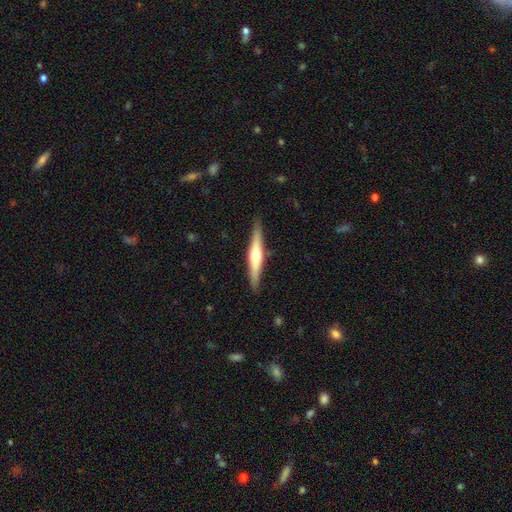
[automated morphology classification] smooth-or-featured: featured or disk: 61% | smooth: 33% | star or artifact: 5%
  disk-edge-on: yes: 96% | no: 4%
    edge-on-bulge: rounded: 87% | none: 7% | boxy: 5%
  merging: none: 89% | minor disturbance: 8% | major disturbance: 2% | merger: 1%